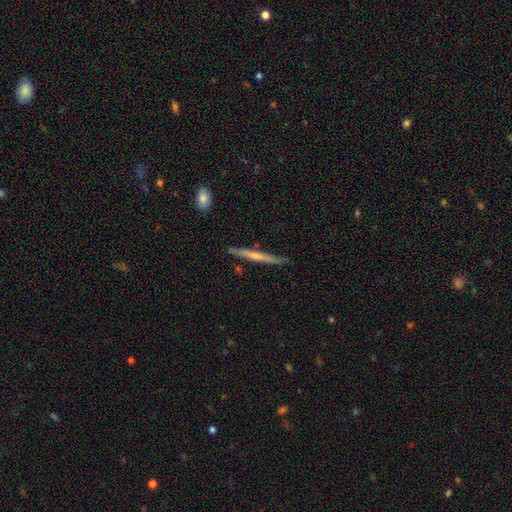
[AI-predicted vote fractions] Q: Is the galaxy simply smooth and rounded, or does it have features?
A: featured or disk — 52%.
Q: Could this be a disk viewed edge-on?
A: yes — 97%.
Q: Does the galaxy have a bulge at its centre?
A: none — 57%.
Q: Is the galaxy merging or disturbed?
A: none — 88%.